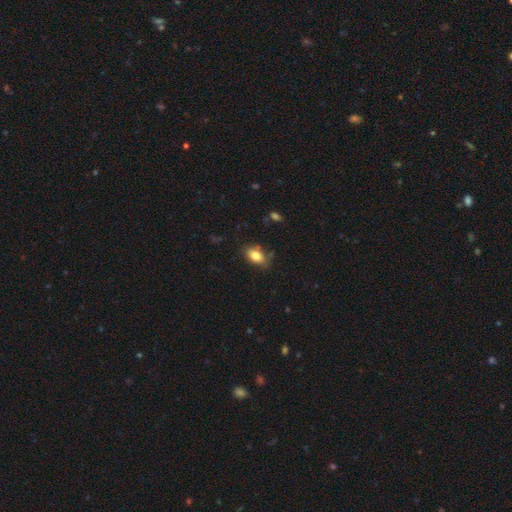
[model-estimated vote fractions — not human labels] A smooth galaxy with no disk features (83%) that is in between round and cigar-shaped (87%).

Vote fractions:
- Smooth or featured? smooth: 83% / featured or disk: 9% / star or artifact: 9%
- How rounded? in between: 87% / round: 10% / cigar-shaped: 3%
- Merging? none: 75% / minor disturbance: 19% / major disturbance: 4% / merger: 2%